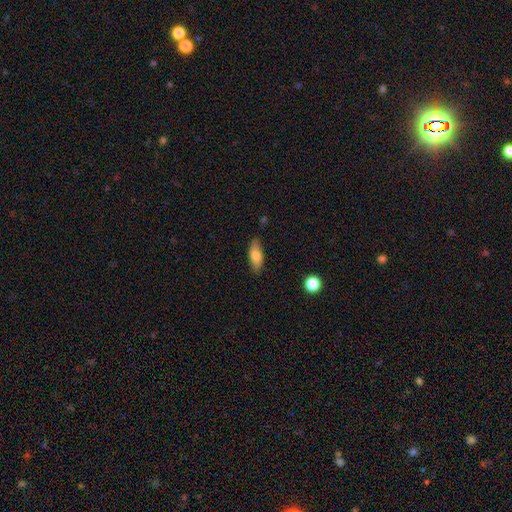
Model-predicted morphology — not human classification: Q: Smooth or featured?
A: smooth (77%); runner-up: featured or disk (16%)
Q: How rounded?
A: in between (75%); runner-up: cigar-shaped (22%)
Q: Merging?
A: none (79%); runner-up: minor disturbance (16%)